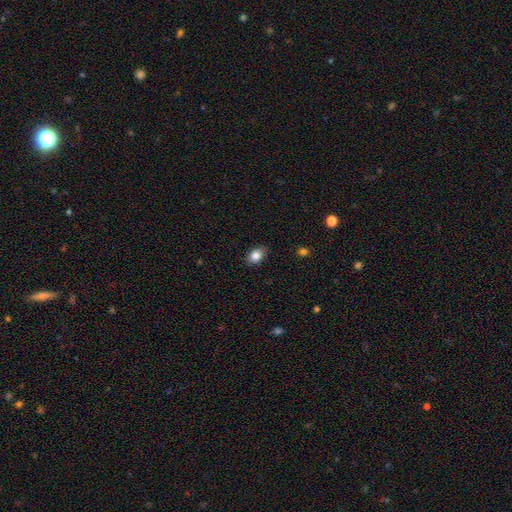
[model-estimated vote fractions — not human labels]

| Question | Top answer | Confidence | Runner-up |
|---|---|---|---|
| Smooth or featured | smooth | 84% | star or artifact (9%) |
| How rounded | in between | 77% | round (22%) |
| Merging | none | 85% | minor disturbance (12%) |